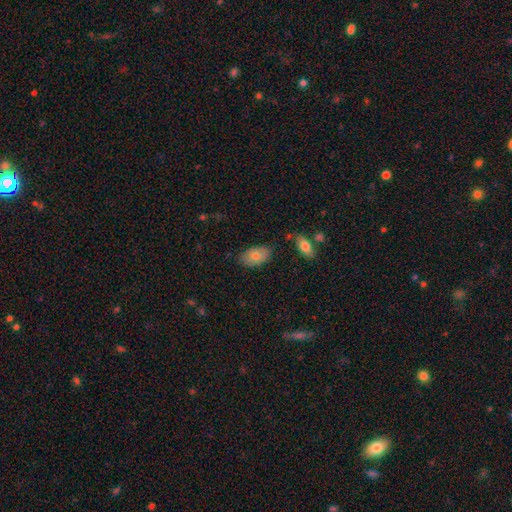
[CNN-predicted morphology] Smooth or featured?
  - smooth: 77% *
  - featured or disk: 16%
  - star or artifact: 7%
How rounded?
  - in between: 92% *
  - round: 7%
  - cigar-shaped: 2%
Merging?
  - none: 77% *
  - minor disturbance: 17%
  - major disturbance: 3%
  - merger: 3%